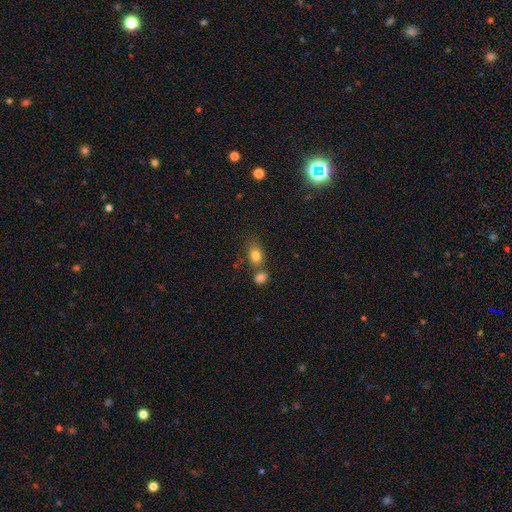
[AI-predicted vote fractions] Q: Smooth or featured?
A: smooth (80%); runner-up: star or artifact (11%)
Q: How rounded?
A: in between (69%); runner-up: round (29%)
Q: Merging?
A: none (52%); runner-up: merger (28%)